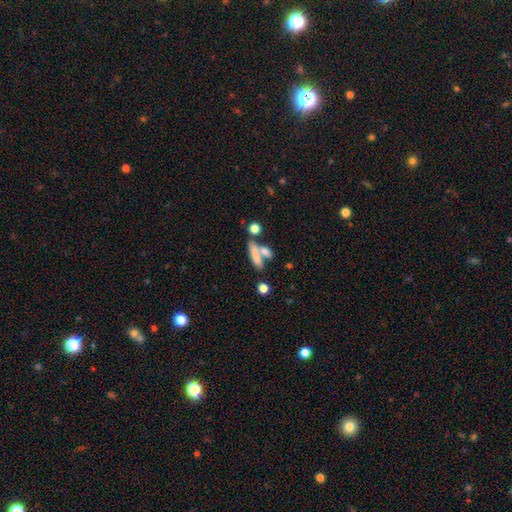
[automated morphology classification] Smooth or featured? smooth (73%)
How rounded? cigar-shaped (58%)
Merging? none (48%)